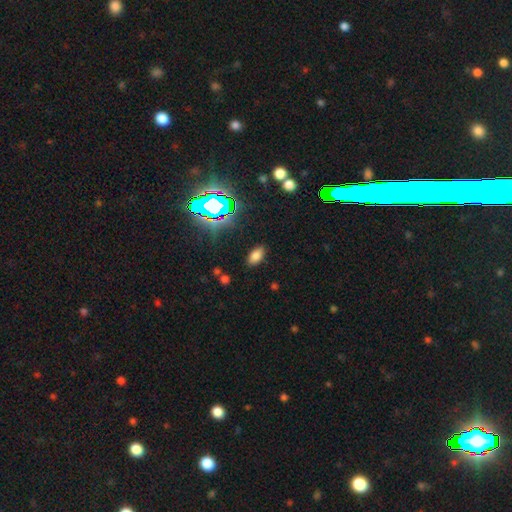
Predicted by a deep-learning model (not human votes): This is likely a smooth galaxy (72%). How rounded: clearly in between (92%). Merging: clearly none (86%).